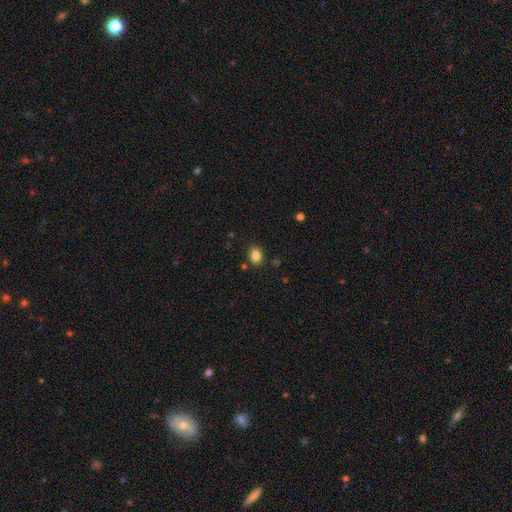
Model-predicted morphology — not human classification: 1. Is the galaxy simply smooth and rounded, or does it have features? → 85% smooth, 10% star or artifact, 5% featured or disk.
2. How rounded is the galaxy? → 72% in between, 27% round, 1% cigar-shaped.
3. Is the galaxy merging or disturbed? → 83% none, 11% minor disturbance, 3% merger, 3% major disturbance.